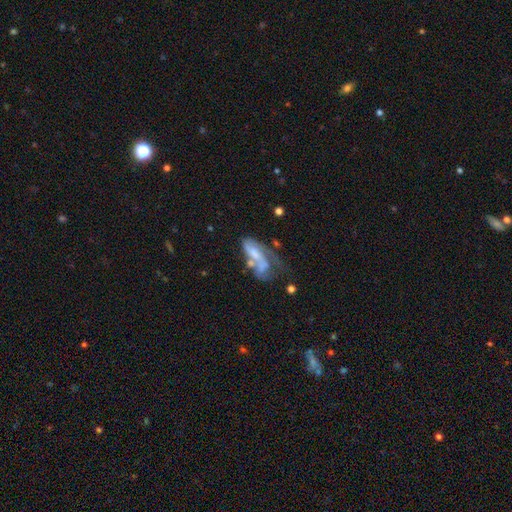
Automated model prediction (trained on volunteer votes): Smooth or featured?
  - featured or disk: 55% *
  - smooth: 36%
  - star or artifact: 9%
Edge-on disk?
  - no: 90% *
  - yes: 10%
Merging?
  - major disturbance: 34% *
  - merger: 26%
  - none: 21%
  - minor disturbance: 19%